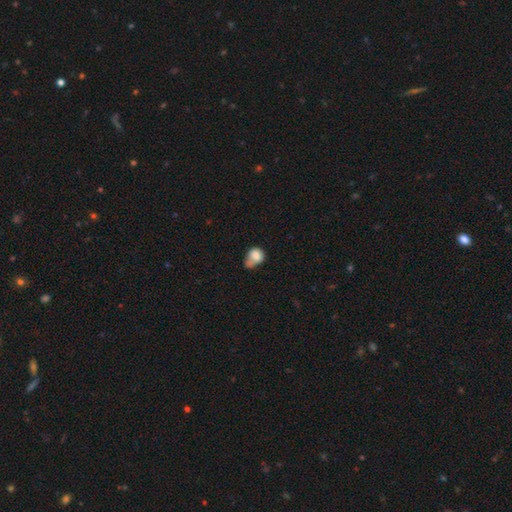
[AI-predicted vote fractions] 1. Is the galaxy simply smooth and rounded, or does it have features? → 78% smooth, 13% featured or disk, 9% star or artifact.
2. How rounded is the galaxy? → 50% in between, 49% round, 1% cigar-shaped.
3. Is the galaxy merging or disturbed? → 30% merger, 29% minor disturbance, 22% none, 19% major disturbance.